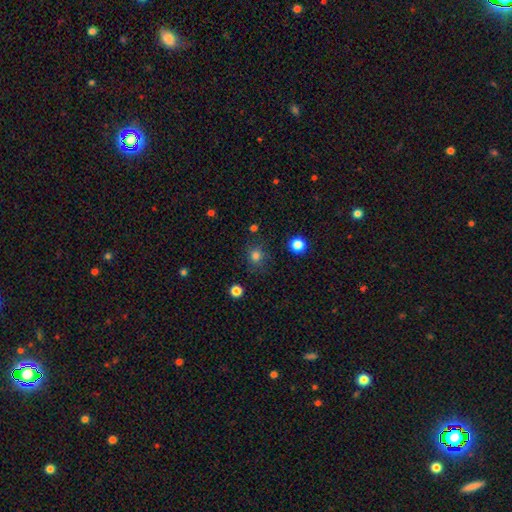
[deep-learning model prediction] Q: Smooth or featured?
A: smooth (80%); runner-up: star or artifact (16%)
Q: How rounded?
A: round (84%); runner-up: in between (16%)
Q: Merging?
A: none (80%); runner-up: minor disturbance (13%)